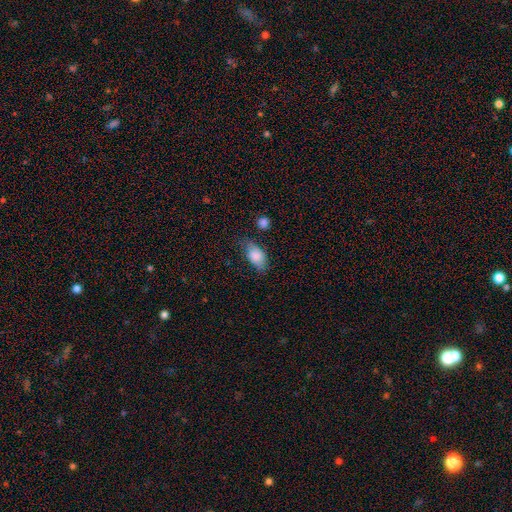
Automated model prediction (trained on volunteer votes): Smooth or featured? Predicted: smooth (p=0.82). How rounded? Predicted: in between (p=0.88). Merging? Predicted: none (p=0.55).